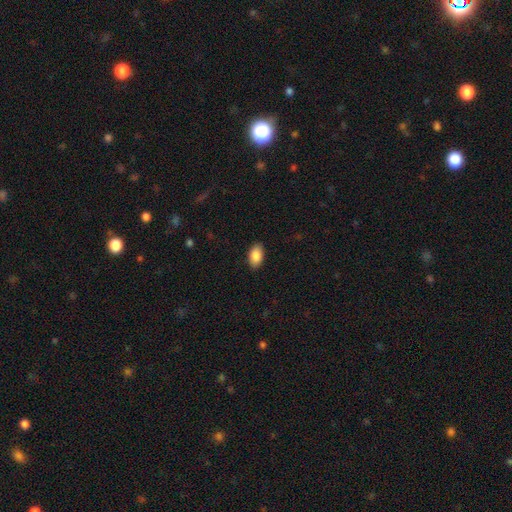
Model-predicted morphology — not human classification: smooth_or_featured: smooth (p=0.88) [alt: star or artifact p=0.07]
how_rounded: in between (p=0.94) [alt: round p=0.05]
merging: none (p=0.89) [alt: minor disturbance p=0.08]